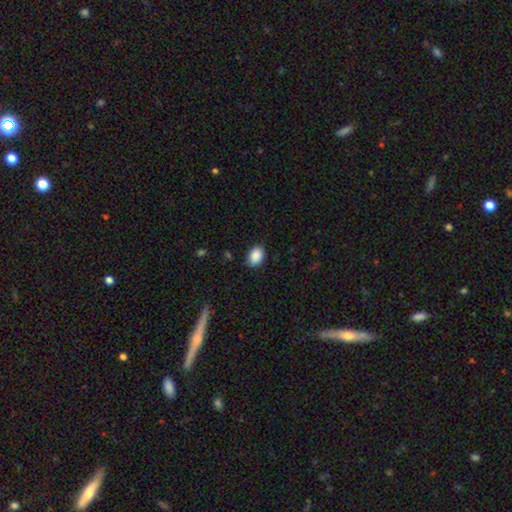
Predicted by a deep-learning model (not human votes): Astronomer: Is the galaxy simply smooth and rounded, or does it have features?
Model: smooth — 89%.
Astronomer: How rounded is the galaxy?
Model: in between — 81%.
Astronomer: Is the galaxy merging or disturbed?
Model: none — 84%.